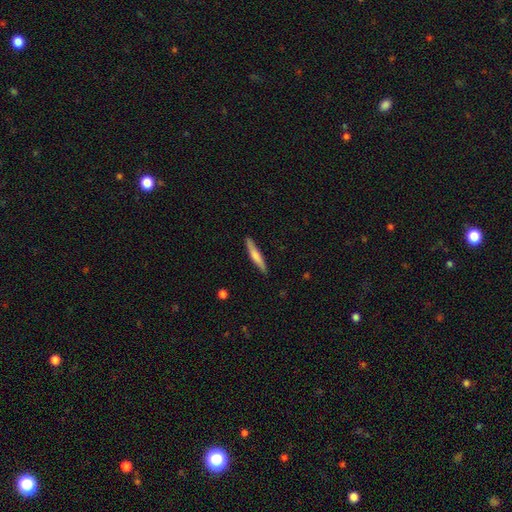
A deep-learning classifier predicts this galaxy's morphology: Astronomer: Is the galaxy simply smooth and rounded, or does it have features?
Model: smooth — 65%.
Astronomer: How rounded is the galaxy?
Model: cigar-shaped — 92%.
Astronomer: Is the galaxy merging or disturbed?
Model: none — 87%.